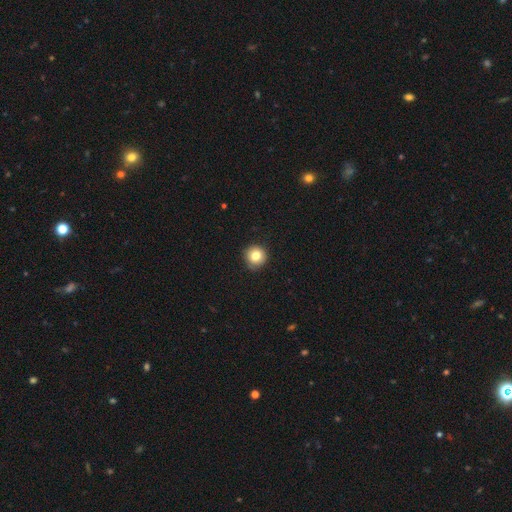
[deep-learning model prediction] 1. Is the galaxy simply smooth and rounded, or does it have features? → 82% smooth, 10% star or artifact, 8% featured or disk.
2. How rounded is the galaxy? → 95% round, 4% in between, 1% cigar-shaped.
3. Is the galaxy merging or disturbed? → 91% none, 7% minor disturbance, 2% major disturbance, 1% merger.